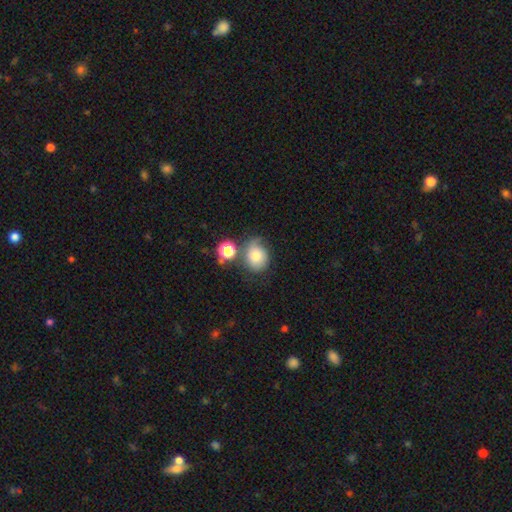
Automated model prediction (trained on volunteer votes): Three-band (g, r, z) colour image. It shows a smooth galaxy with no disk features (71%) that is round (60%). Merging: none (48%).